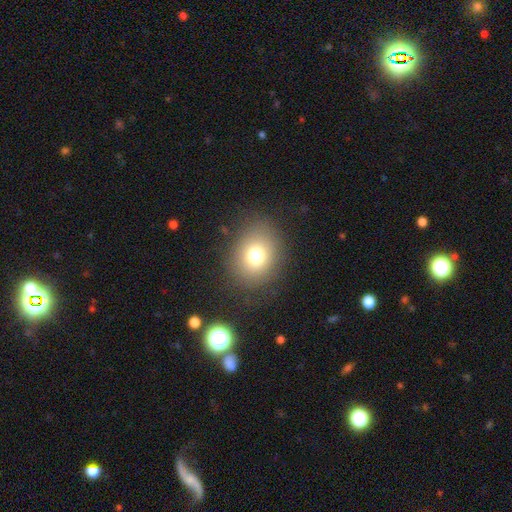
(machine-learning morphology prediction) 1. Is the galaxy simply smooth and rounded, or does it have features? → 73% smooth, 15% star or artifact, 12% featured or disk.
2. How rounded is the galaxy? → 62% round, 37% in between, 1% cigar-shaped.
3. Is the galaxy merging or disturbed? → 83% none, 10% minor disturbance, 6% major disturbance, 1% merger.